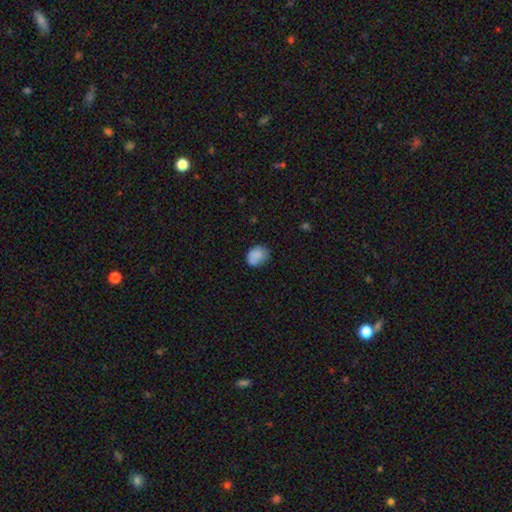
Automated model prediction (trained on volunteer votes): Smooth or featured?
  - smooth: 82% *
  - featured or disk: 9%
  - star or artifact: 9%
How rounded?
  - in between: 59% *
  - round: 41%
  - cigar-shaped: 1%
Merging?
  - none: 63% *
  - minor disturbance: 24%
  - merger: 7%
  - major disturbance: 6%